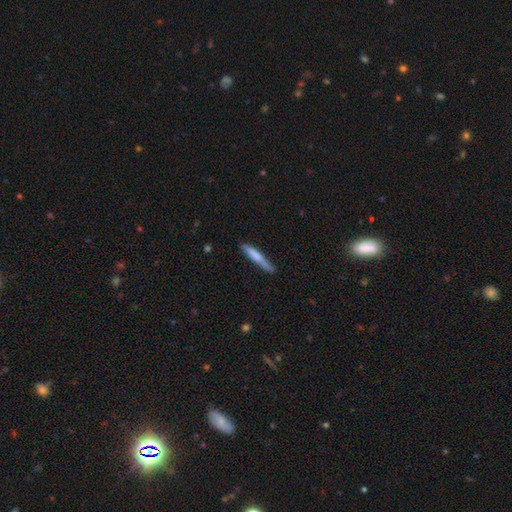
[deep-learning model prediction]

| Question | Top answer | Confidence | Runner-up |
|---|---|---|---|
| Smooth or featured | smooth | 68% | featured or disk (26%) |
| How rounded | cigar-shaped | 93% | in between (5%) |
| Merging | none | 74% | minor disturbance (19%) |